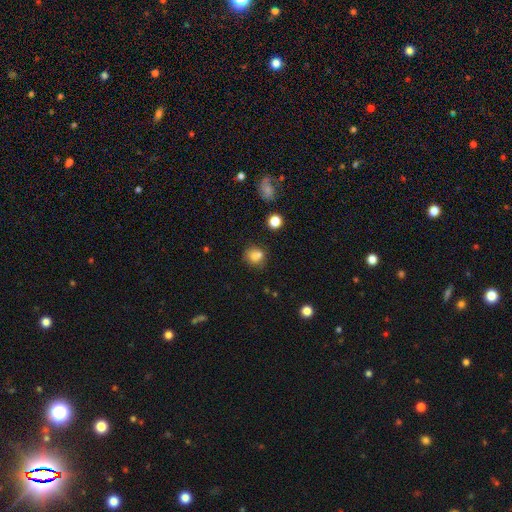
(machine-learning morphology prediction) Smooth or featured? Predicted: smooth (p=0.78). How rounded? Predicted: round (p=0.73). Merging? Predicted: none (p=0.57).